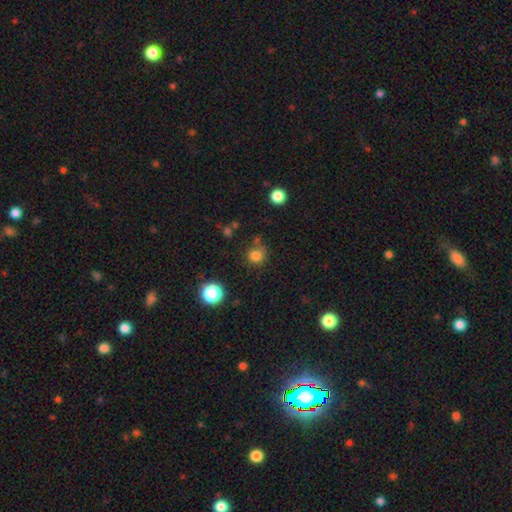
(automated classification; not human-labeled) Smooth or featured? Predicted: smooth (p=0.79). How rounded? Predicted: round (p=0.86). Merging? Predicted: none (p=0.71).